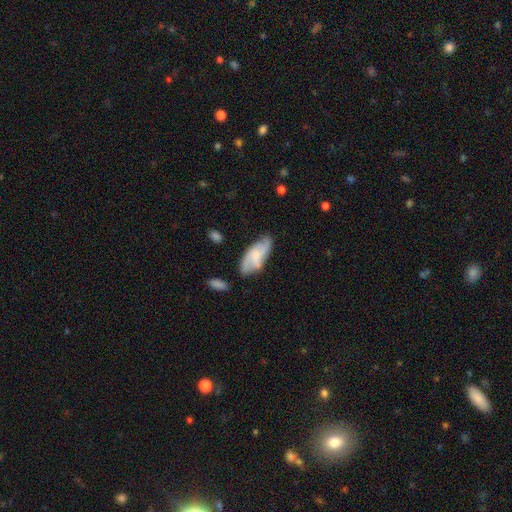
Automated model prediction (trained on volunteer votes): A featured or disk galaxy (51%). Merging: none (64%).